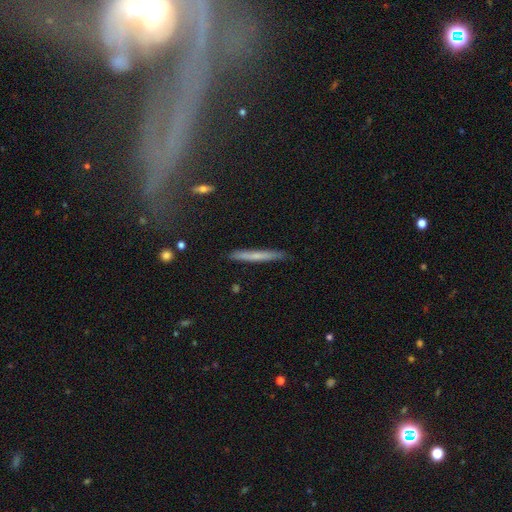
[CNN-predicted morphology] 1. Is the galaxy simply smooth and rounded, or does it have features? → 55% smooth, 37% featured or disk, 8% star or artifact.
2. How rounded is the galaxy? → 96% cigar-shaped, 3% in between, 2% round.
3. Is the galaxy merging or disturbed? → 88% none, 9% minor disturbance, 2% major disturbance, 1% merger.